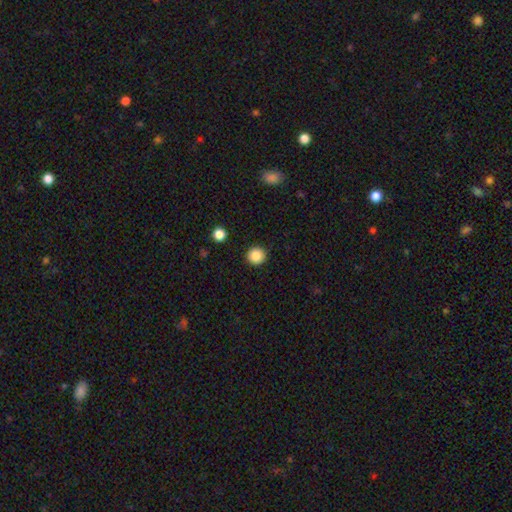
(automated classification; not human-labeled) Q: Smooth or featured?
A: smooth (87%); runner-up: star or artifact (10%)
Q: How rounded?
A: round (95%); runner-up: in between (4%)
Q: Merging?
A: none (92%); runner-up: minor disturbance (5%)